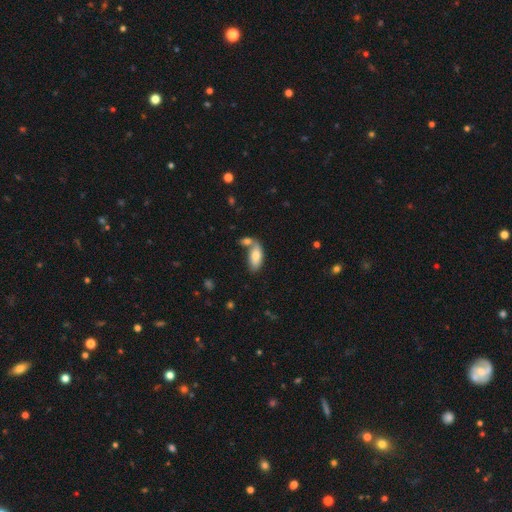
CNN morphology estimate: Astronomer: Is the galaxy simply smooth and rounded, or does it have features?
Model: smooth — 78%.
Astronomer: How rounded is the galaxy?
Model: in between — 87%.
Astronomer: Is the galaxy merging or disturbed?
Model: merger — 41%, tied with none at 41%.